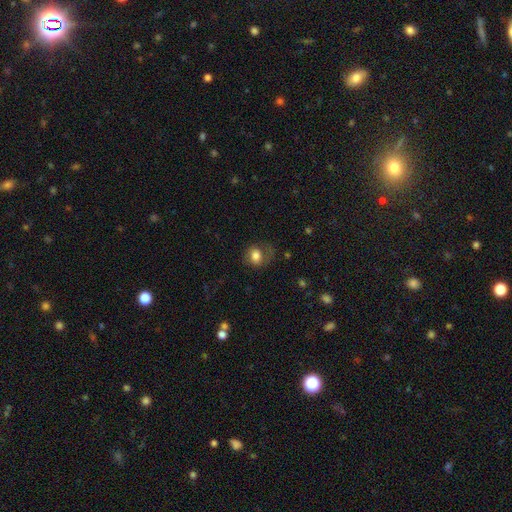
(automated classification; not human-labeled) Smooth or featured: smooth — 73% (featured or disk — 18%)
How rounded: round — 54% (in between — 45%)
Merging: none — 58% (minor disturbance — 23%)